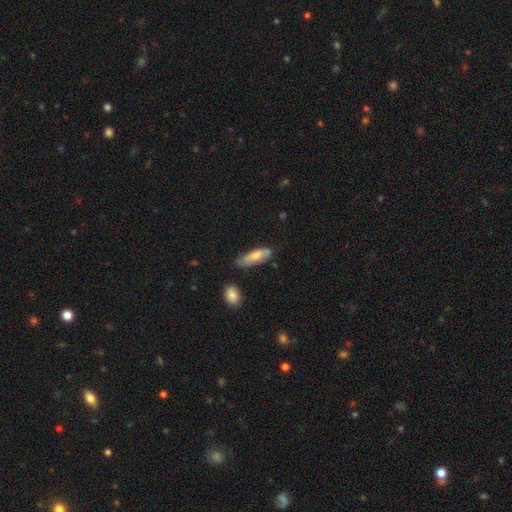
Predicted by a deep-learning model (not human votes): Smooth or featured: smooth — 69% (featured or disk — 25%)
How rounded: in between — 52% (cigar-shaped — 46%)
Merging: none — 68% (minor disturbance — 24%)